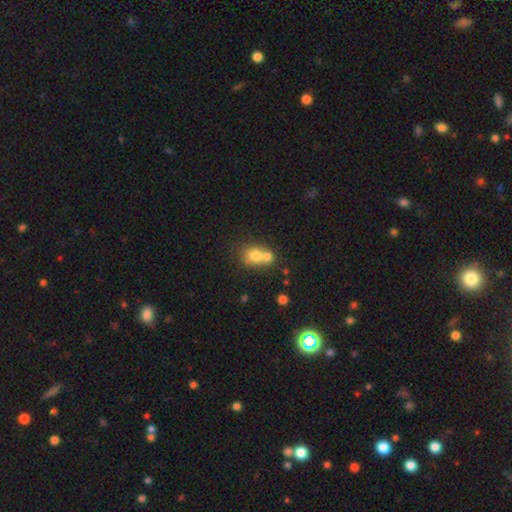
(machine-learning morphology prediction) smooth_or_featured: smooth (p=0.71) [alt: featured or disk p=0.18]
how_rounded: round (p=0.64) [alt: in between p=0.34]
merging: merger (p=0.59) [alt: none p=0.30]